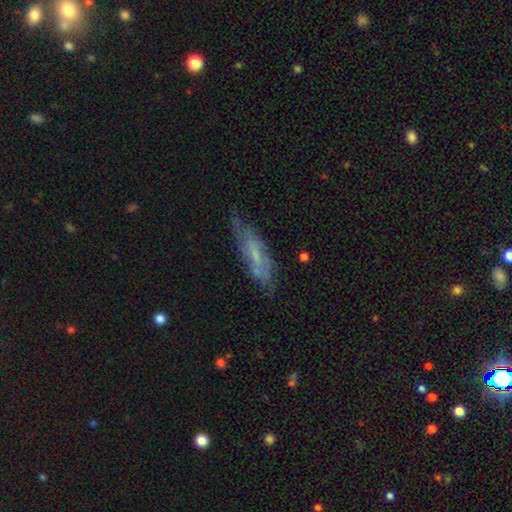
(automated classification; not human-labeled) This appears to be a featured or disk galaxy (51%). Merging: none (64%).